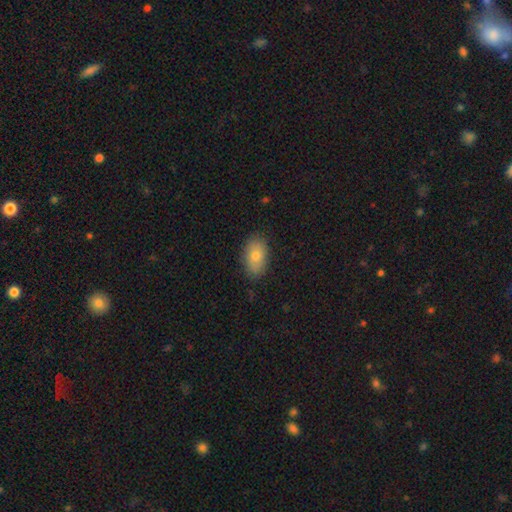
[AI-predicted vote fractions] Q: Smooth or featured?
A: smooth (77%); runner-up: featured or disk (15%)
Q: How rounded?
A: in between (90%); runner-up: round (8%)
Q: Merging?
A: none (84%); runner-up: minor disturbance (13%)